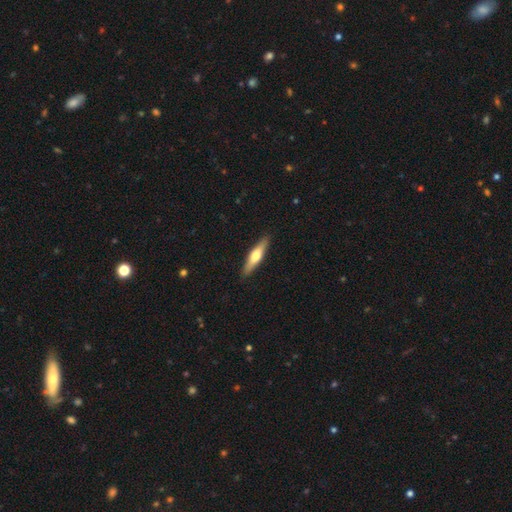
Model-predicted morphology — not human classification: Smooth or featured? smooth (48%)
Merging? none (91%)